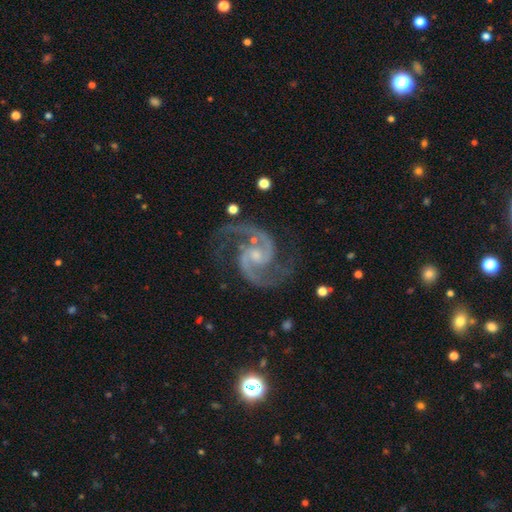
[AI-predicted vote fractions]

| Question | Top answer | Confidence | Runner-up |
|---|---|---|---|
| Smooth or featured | featured or disk | 94% | star or artifact (4%) |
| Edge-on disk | no | 98% | yes (2%) |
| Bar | no | 55% | weak (38%) |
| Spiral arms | yes | 99% | no (1%) |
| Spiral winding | medium | 69% | loose (16%) |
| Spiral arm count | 2 | 94% | 3 (2%) |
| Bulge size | small | 54% | moderate (36%) |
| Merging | none | 76% | minor disturbance (15%) |